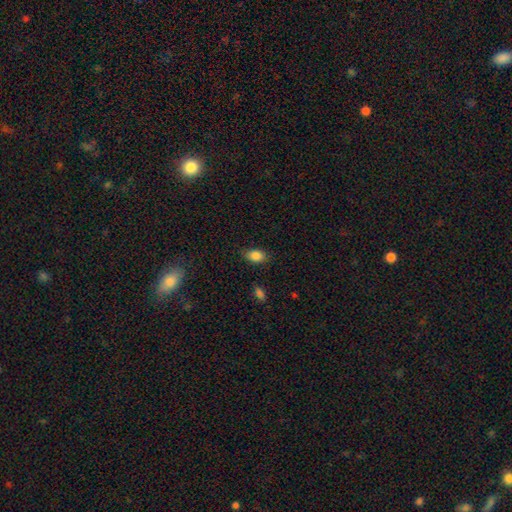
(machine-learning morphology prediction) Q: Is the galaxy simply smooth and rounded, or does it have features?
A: smooth — 85%.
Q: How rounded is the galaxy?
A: in between — 84%.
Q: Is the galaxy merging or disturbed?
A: none — 80%.